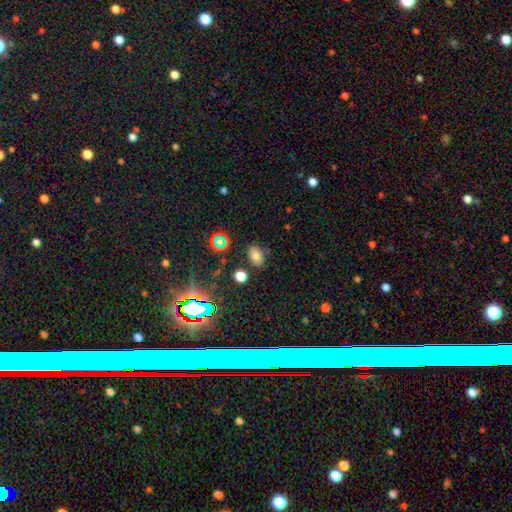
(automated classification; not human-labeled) Smooth or featured? smooth (68%)
How rounded? in between (82%)
Merging? none (78%)